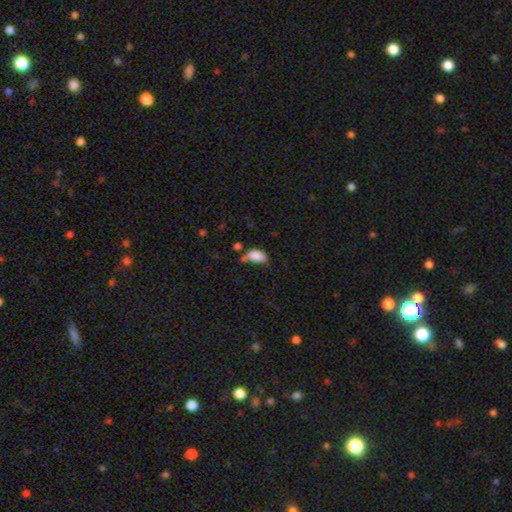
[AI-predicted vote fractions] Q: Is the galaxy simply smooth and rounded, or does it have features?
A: smooth — 86%.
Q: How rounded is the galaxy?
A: in between — 93%.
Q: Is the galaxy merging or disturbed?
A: none — 48%.